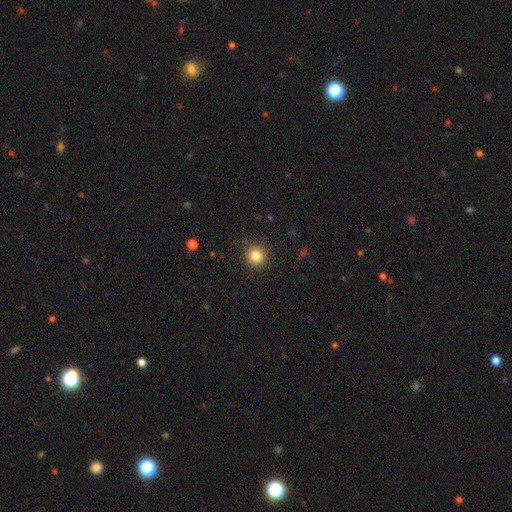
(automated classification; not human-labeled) This appears to be a smooth galaxy with no disk features (83%) that is round (95%). Merging: none (91%).